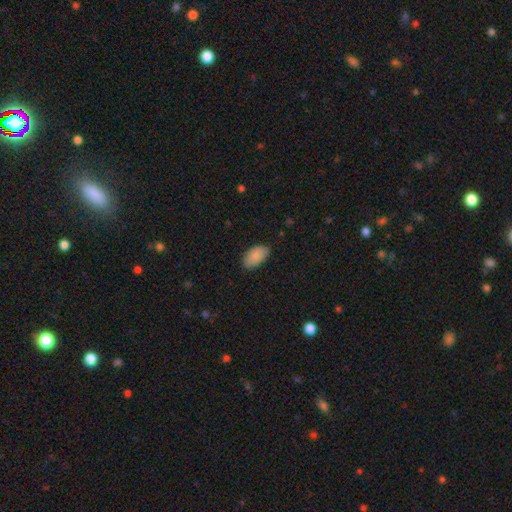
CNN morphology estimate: Q: Smooth or featured?
A: smooth (88%); runner-up: star or artifact (6%)
Q: How rounded?
A: in between (95%); runner-up: round (4%)
Q: Merging?
A: none (80%); runner-up: minor disturbance (17%)